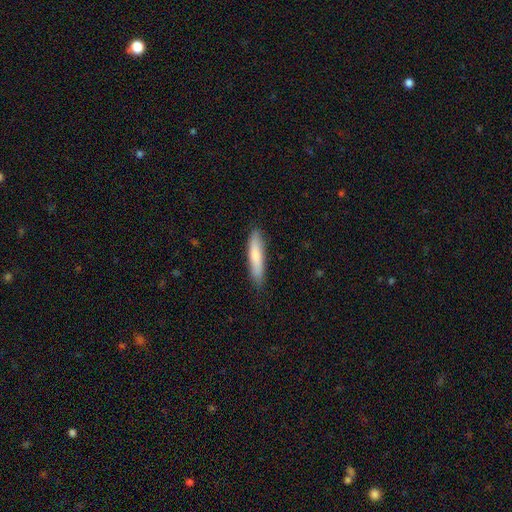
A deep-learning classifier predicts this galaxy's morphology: smooth-or-featured: smooth: 76% | featured or disk: 19% | star or artifact: 5%
  how-rounded: cigar-shaped: 86% | in between: 13% | round: 1%
  merging: none: 85% | minor disturbance: 12% | major disturbance: 2% | merger: 1%